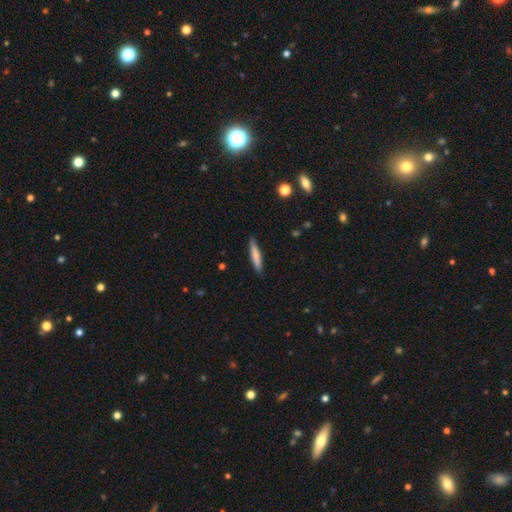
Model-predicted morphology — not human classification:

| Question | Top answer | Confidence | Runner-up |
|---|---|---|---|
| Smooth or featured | smooth | 73% | featured or disk (21%) |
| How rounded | cigar-shaped | 88% | in between (10%) |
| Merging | none | 88% | minor disturbance (10%) |